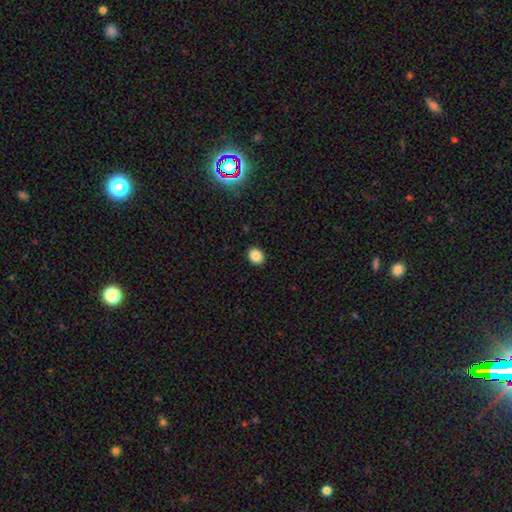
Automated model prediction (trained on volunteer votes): The model was most divided on "how rounded": round: 56%, in between: 43%, cigar-shaped: 1%. More confident: merging — none (91%); smooth or featured — smooth (86%).